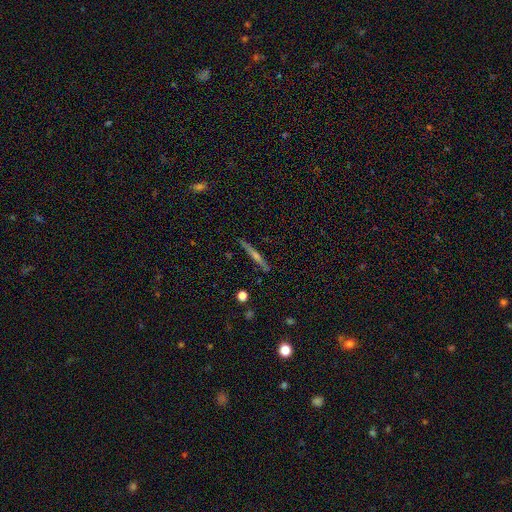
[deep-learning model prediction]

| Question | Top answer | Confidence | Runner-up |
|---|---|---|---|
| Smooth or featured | featured or disk | 59% | smooth (32%) |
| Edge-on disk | yes | 97% | no (3%) |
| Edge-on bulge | rounded | 57% | none (35%) |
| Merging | none | 89% | minor disturbance (8%) |